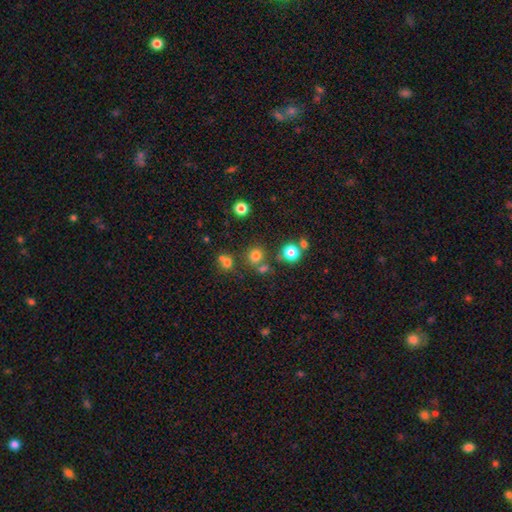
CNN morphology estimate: A smooth galaxy with no disk features (73%) that is round (87%). Merging: none (72%).